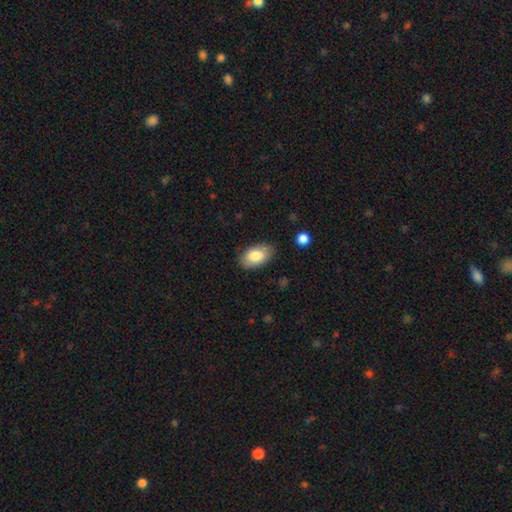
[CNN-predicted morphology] Q: Smooth or featured?
A: smooth (80%); runner-up: featured or disk (14%)
Q: How rounded?
A: in between (93%); runner-up: round (5%)
Q: Merging?
A: none (83%); runner-up: minor disturbance (13%)